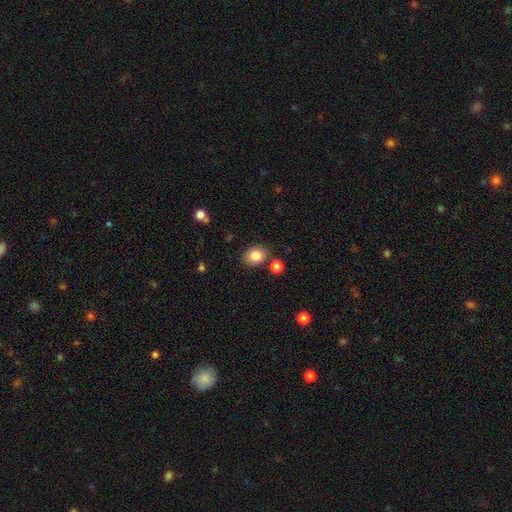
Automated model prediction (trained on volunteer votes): This appears to be a smooth galaxy with no disk features (85%) that is round (51%). Merging: none (80%).